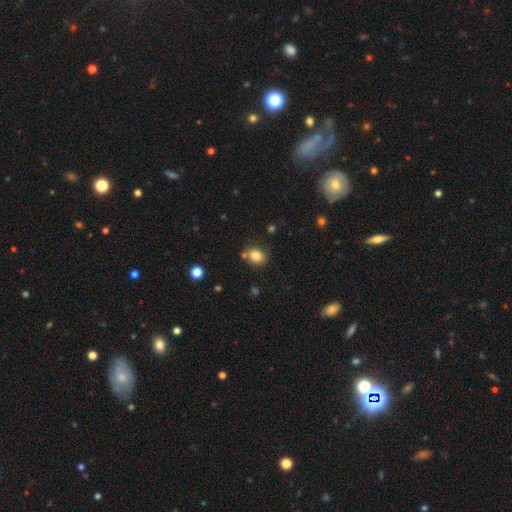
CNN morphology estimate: Smooth or featured? smooth (82%)
How rounded? round (63%)
Merging? none (76%)